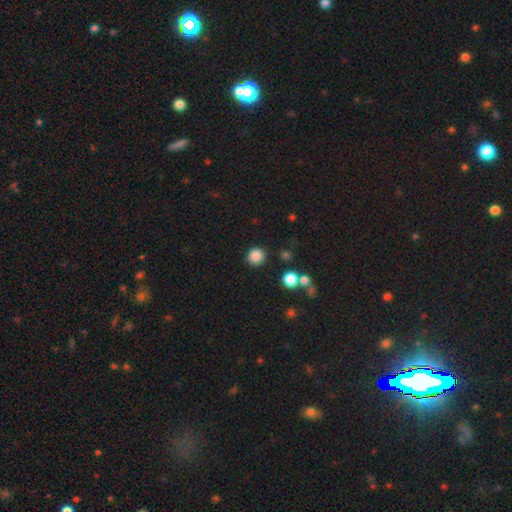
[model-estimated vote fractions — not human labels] Smooth or featured?
  - smooth: 85% *
  - star or artifact: 11%
  - featured or disk: 3%
How rounded?
  - round: 93% *
  - in between: 6%
  - cigar-shaped: 1%
Merging?
  - none: 88% *
  - minor disturbance: 7%
  - merger: 3%
  - major disturbance: 2%